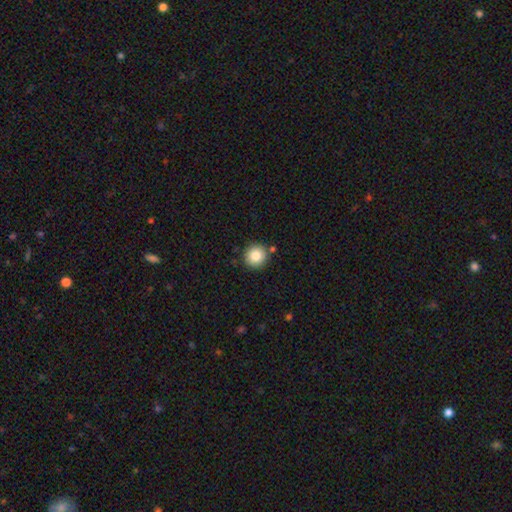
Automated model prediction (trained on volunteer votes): The model was most divided on "smooth or featured": smooth: 83%, star or artifact: 10%, featured or disk: 7%. More confident: how rounded — round (93%); merging — none (85%).